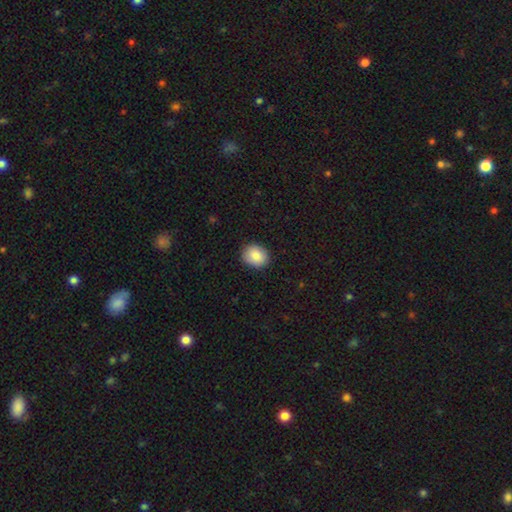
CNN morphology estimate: A smooth galaxy with no disk features (86%) that is round (56%). Merging: none (89%).